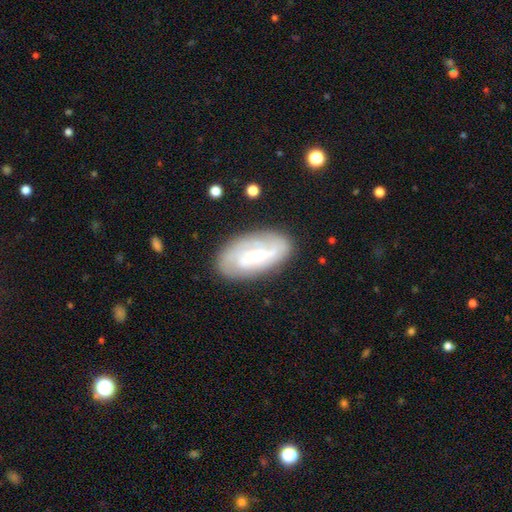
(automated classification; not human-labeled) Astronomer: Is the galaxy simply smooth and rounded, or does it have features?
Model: featured or disk — 59%.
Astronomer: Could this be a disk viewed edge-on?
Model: no — 92%.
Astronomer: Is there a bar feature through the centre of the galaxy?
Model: weak — 43% (runner-up: no, 33%).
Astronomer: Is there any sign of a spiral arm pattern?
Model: yes — 78%.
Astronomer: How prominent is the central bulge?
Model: small — 43% (runner-up: moderate, 36%).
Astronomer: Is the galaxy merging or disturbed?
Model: none — 75%.